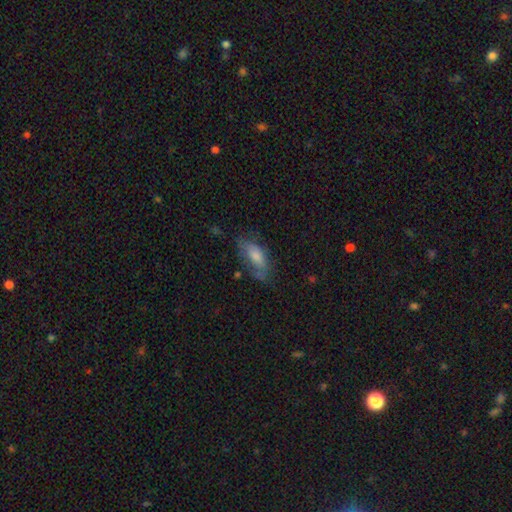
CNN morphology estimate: smooth 62%, featured or disk 30%, star or artifact 9%. Down the decision tree: how rounded — in between (81%); merging — none (55%).